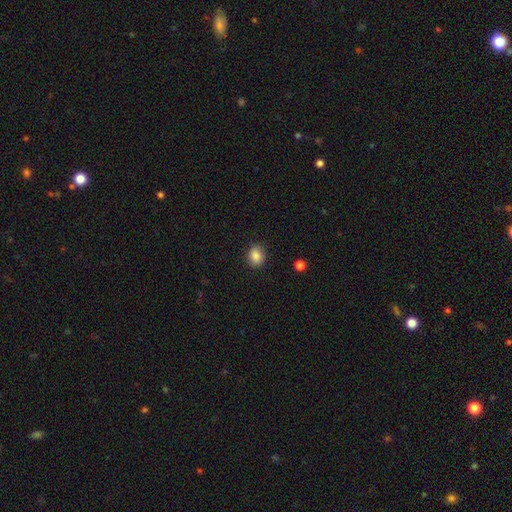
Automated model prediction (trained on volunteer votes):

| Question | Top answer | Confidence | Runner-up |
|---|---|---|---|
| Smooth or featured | smooth | 85% | star or artifact (10%) |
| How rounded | round | 56% | in between (43%) |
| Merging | none | 85% | minor disturbance (12%) |